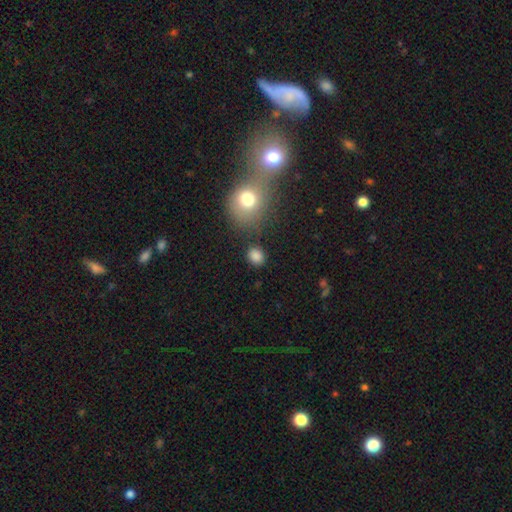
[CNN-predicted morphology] type=smooth (84%); roundness=round (68%); merging=none (81%).